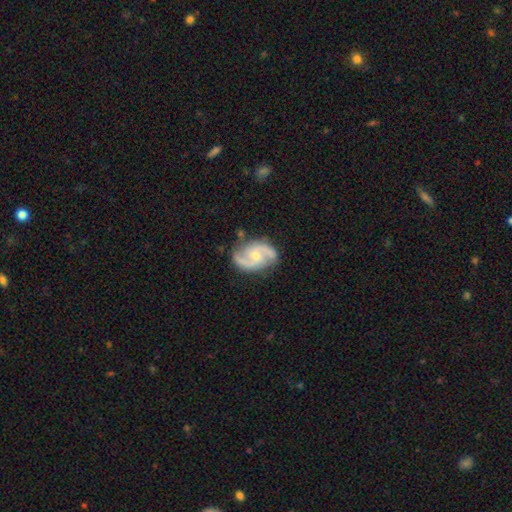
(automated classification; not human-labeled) Smooth or featured: featured or disk — 88% (smooth — 7%)
Edge-on disk: no — 98% (yes — 2%)
Bar: no — 59% (weak — 34%)
Spiral arms: yes — 97% (no — 3%)
Spiral winding: medium — 57% (loose — 24%)
Spiral arm count: 2 — 91% (3 — 3%)
Bulge size: moderate — 52% (small — 44%)
Merging: none — 78% (minor disturbance — 16%)